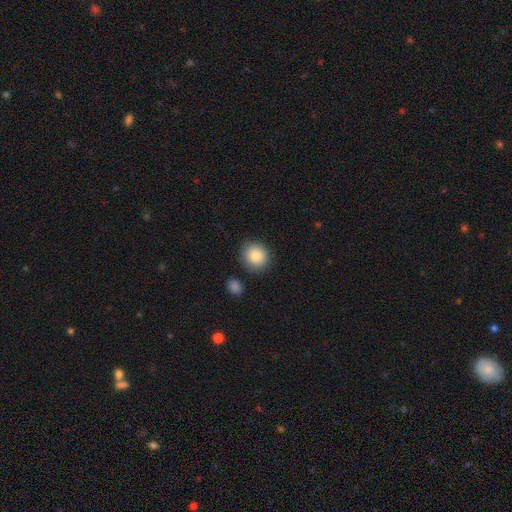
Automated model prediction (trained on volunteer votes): This is clearly a smooth galaxy (84%). How rounded: clearly round (87%). Merging: clearly none (87%).